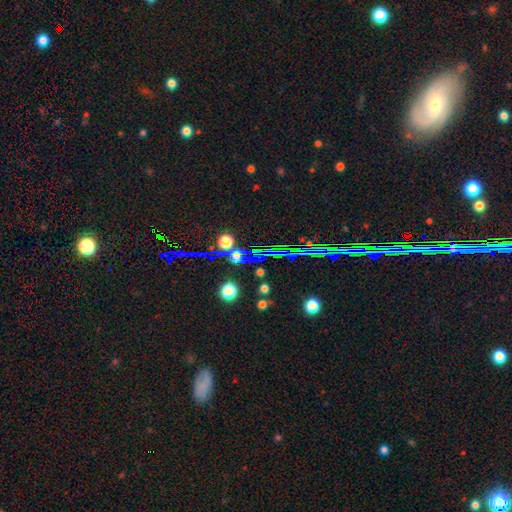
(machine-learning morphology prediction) A star or artifact, not a galaxy (77%).